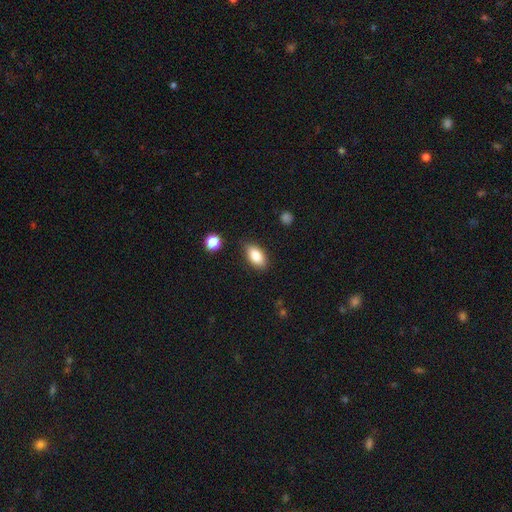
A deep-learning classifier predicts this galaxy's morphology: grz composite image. It shows a smooth galaxy with no disk features (84%) that is in between round and cigar-shaped (91%). Merging: none (83%).